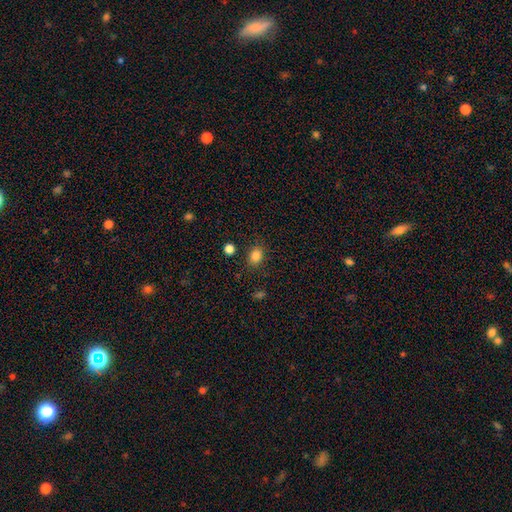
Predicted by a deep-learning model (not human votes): Smooth or featured: smooth — 84% (star or artifact — 11%)
How rounded: round — 55% (in between — 44%)
Merging: none — 83% (minor disturbance — 11%)